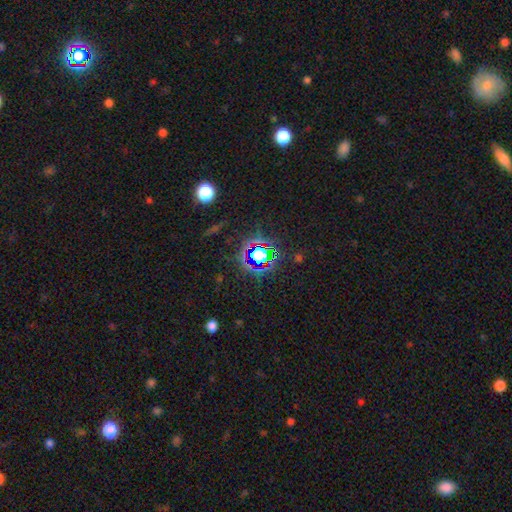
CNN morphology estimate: smooth-or-featured: star or artifact: 74% | smooth: 15% | featured or disk: 11%